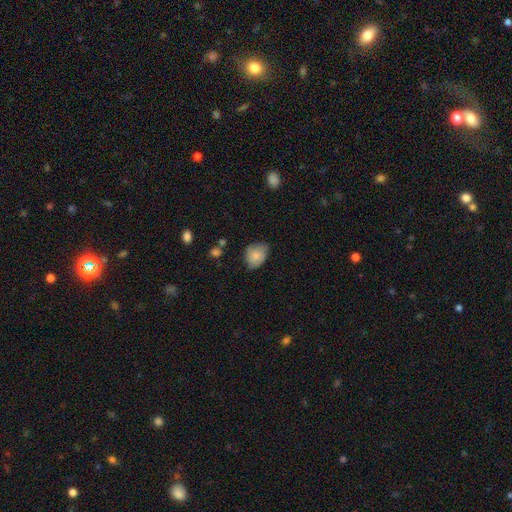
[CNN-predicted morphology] A smooth galaxy with no disk features (77%) that is in between round and cigar-shaped (62%).

Vote fractions:
- Smooth or featured? smooth: 77% / featured or disk: 16% / star or artifact: 8%
- How rounded? in between: 62% / round: 37% / cigar-shaped: 1%
- Merging? none: 59% / minor disturbance: 33% / major disturbance: 6% / merger: 2%